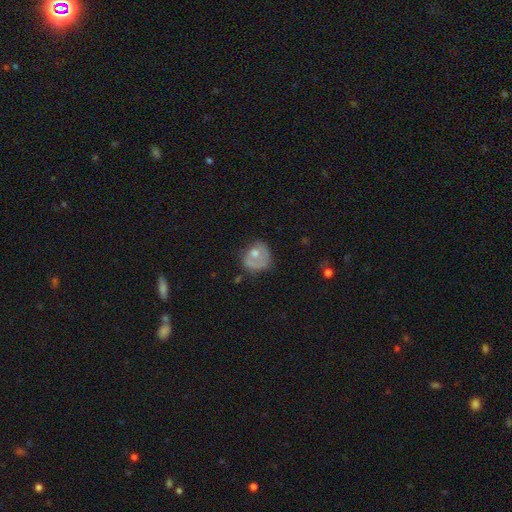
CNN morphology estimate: smooth_or_featured: smooth (p=0.52) [alt: featured or disk p=0.40]
how_rounded: round (p=0.68) [alt: in between p=0.31]
merging: none (p=0.40) [alt: major disturbance p=0.28]